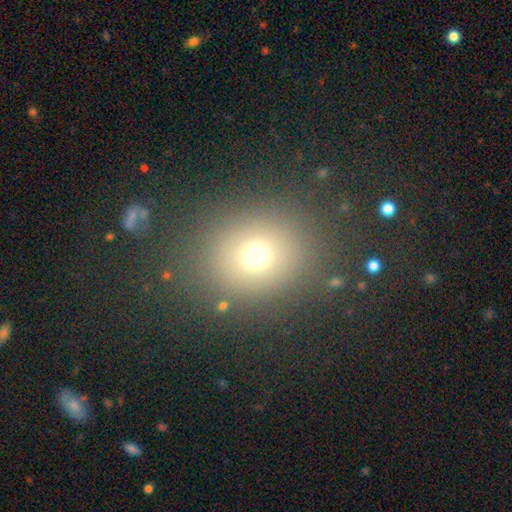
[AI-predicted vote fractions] Smooth or featured? smooth (69%)
How rounded? round (73%)
Merging? none (84%)